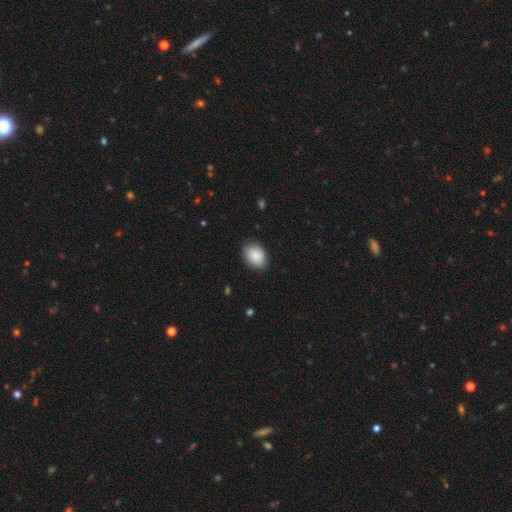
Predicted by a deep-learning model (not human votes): A smooth galaxy with no disk features (88%) that is in between round and cigar-shaped (74%).

Vote fractions:
- Smooth or featured? smooth: 88% / star or artifact: 7% / featured or disk: 6%
- How rounded? in between: 74% / round: 25% / cigar-shaped: 1%
- Merging? none: 82% / minor disturbance: 14% / major disturbance: 3% / merger: 1%